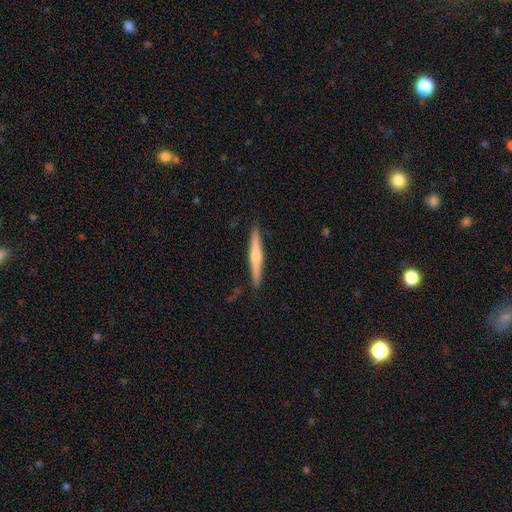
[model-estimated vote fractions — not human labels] Smooth or featured?
  - featured or disk: 55% *
  - smooth: 40%
  - star or artifact: 6%
Edge-on disk?
  - yes: 97% *
  - no: 3%
Edge-on bulge?
  - rounded: 80% *
  - none: 13%
  - boxy: 7%
Merging?
  - none: 90% *
  - minor disturbance: 8%
  - major disturbance: 2%
  - merger: 1%